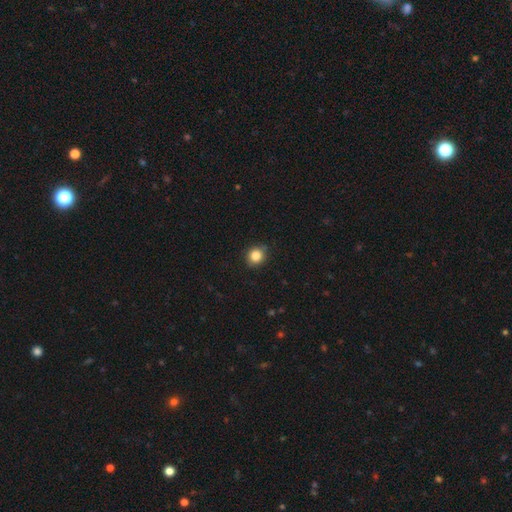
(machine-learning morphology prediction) This appears to be a smooth galaxy with no disk features (84%) that is round (84%). Merging: none (84%).